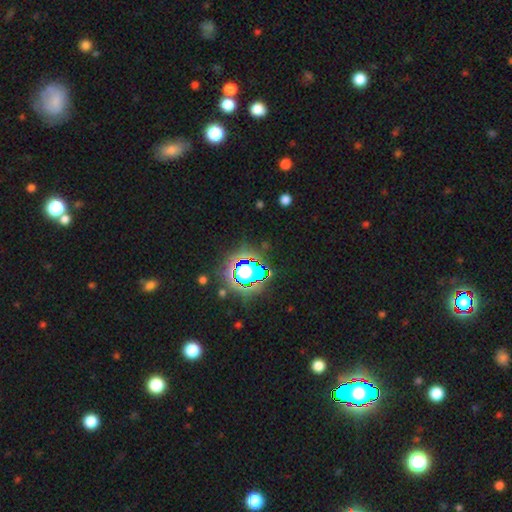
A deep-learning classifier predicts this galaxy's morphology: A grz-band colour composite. It shows a star or artifact, not a galaxy (78%).